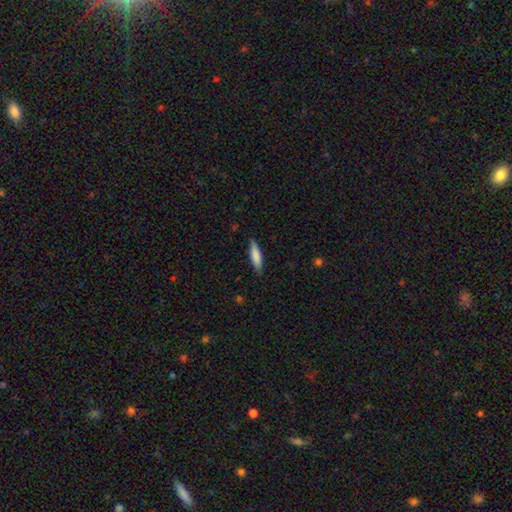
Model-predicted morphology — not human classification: Overall: smooth (82%). How rounded: cigar-shaped (71%). Merging: none (86%).